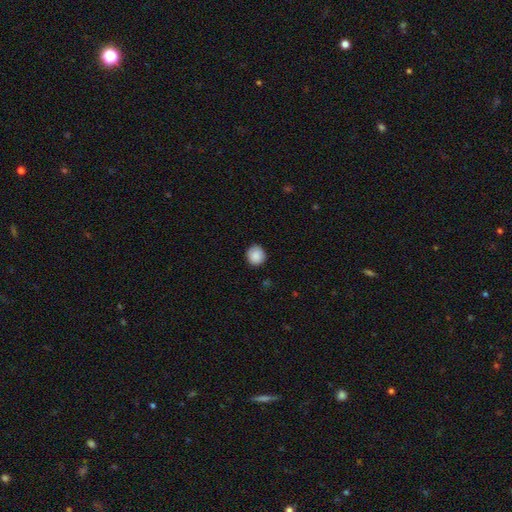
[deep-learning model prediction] Morphology: type=smooth (88%); roundness=round (91%); merging=none (88%).